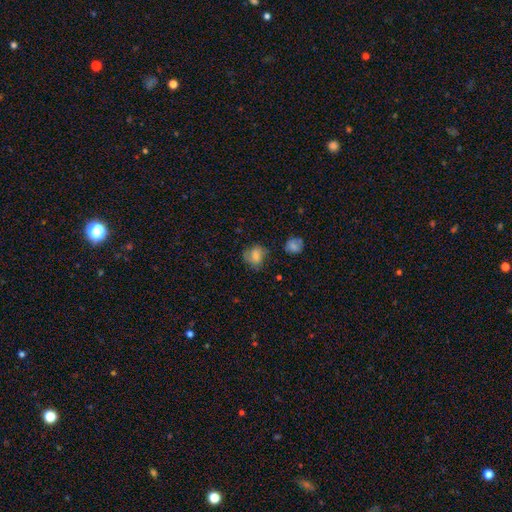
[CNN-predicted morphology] Smooth or featured? smooth (72%)
How rounded? round (59%)
Merging? none (53%)